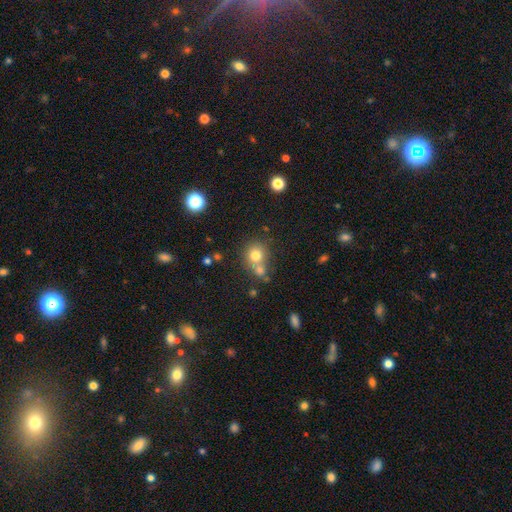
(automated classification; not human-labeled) Smooth or featured?
  - smooth: 75% *
  - star or artifact: 13%
  - featured or disk: 11%
How rounded?
  - round: 83% *
  - in between: 16%
  - cigar-shaped: 1%
Merging?
  - none: 50% *
  - merger: 36%
  - minor disturbance: 10%
  - major disturbance: 4%